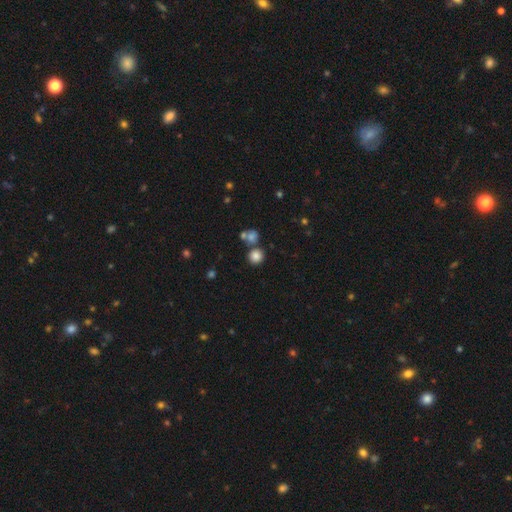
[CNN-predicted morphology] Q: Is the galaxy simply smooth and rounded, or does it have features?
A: smooth — 82%.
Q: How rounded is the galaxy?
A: round — 91%.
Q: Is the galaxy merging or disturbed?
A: none — 70%.